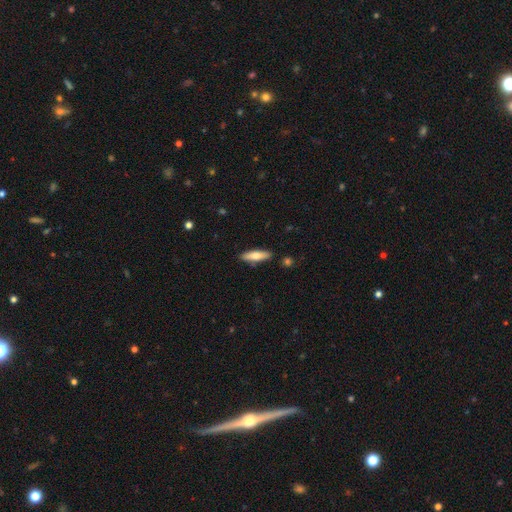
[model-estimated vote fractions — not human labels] Smooth or featured? Predicted: smooth (p=0.69). How rounded? Predicted: cigar-shaped (p=0.64). Merging? Predicted: none (p=0.87).